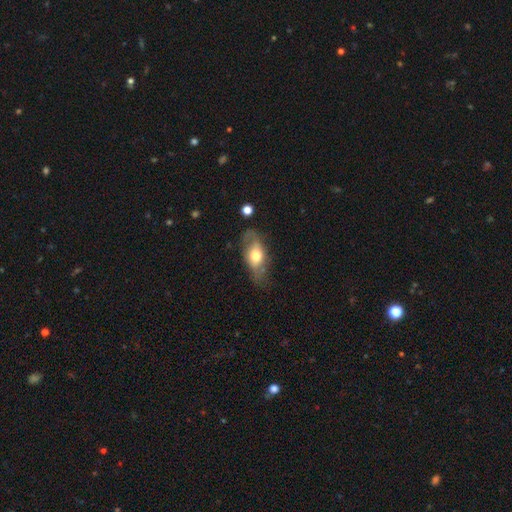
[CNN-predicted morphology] Smooth or featured: smooth — 58% (featured or disk — 35%)
How rounded: in between — 83% (round — 9%)
Merging: none — 57% (minor disturbance — 27%)